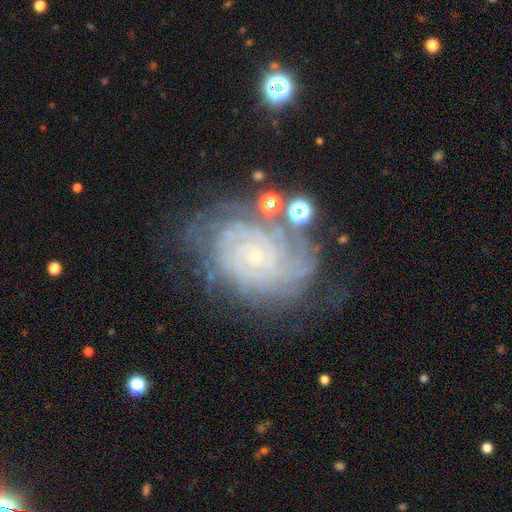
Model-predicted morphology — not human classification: A featured or disk galaxy (88%) with no bar (76%), tight (84%) spiral arms (98%) and a small central bulge (86%). Merging: none (69%).